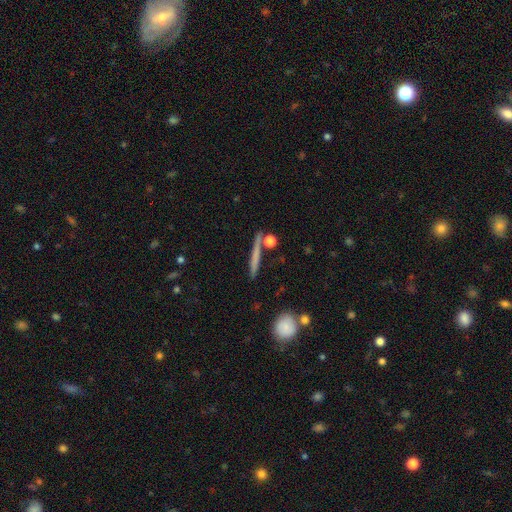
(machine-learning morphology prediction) A smooth galaxy with no disk features (49%). Merging: none (83%).